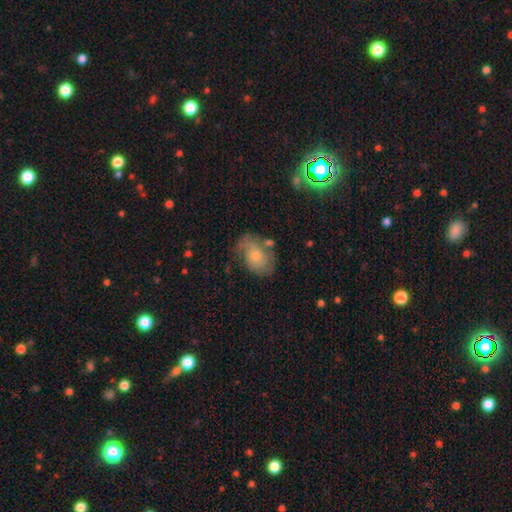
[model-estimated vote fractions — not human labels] A smooth galaxy with no disk features (51%) that is in between round and cigar-shaped (78%). Merging: none (53%).